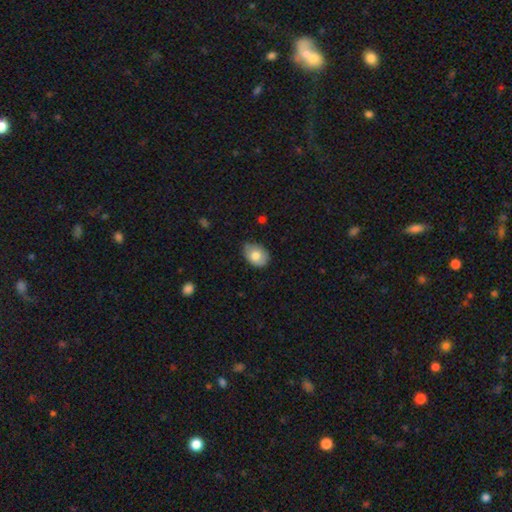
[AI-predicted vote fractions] smooth_or_featured: smooth (p=0.77) [alt: featured or disk p=0.16]
how_rounded: in between (p=0.73) [alt: round p=0.26]
merging: none (p=0.64) [alt: minor disturbance p=0.30]